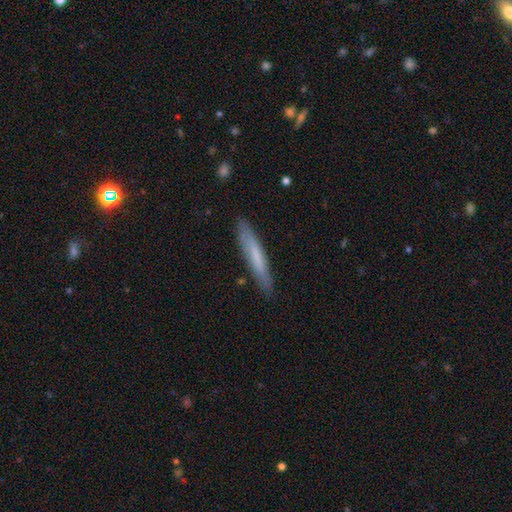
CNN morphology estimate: Overall: smooth (61%; featured or disk 33%). How rounded: cigar-shaped (92%). Merging: none (85%).